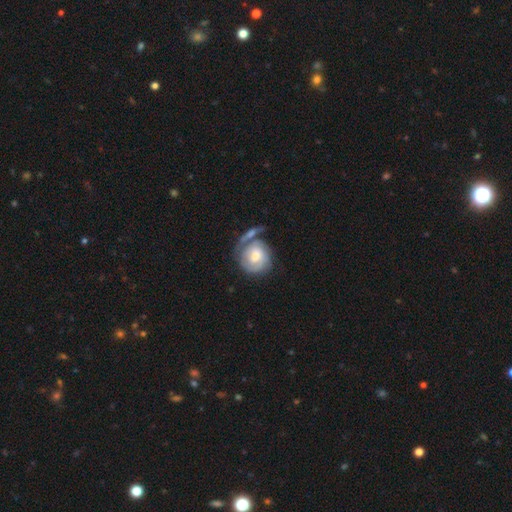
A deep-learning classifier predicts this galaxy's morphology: The model was most divided on "bar": no: 58%, weak: 35%, strong: 7%. Remaining: edge-on disk — no (97%); spiral arms — yes (82%); smooth or featured — featured or disk (61%); bulge size — moderate (57%); merging — none (46%).